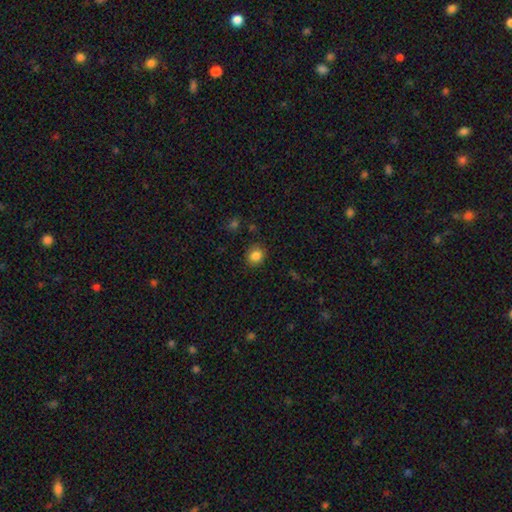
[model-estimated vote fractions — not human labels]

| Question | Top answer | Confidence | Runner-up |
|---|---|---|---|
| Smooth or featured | smooth | 85% | star or artifact (10%) |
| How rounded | round | 77% | in between (22%) |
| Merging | none | 86% | minor disturbance (10%) |